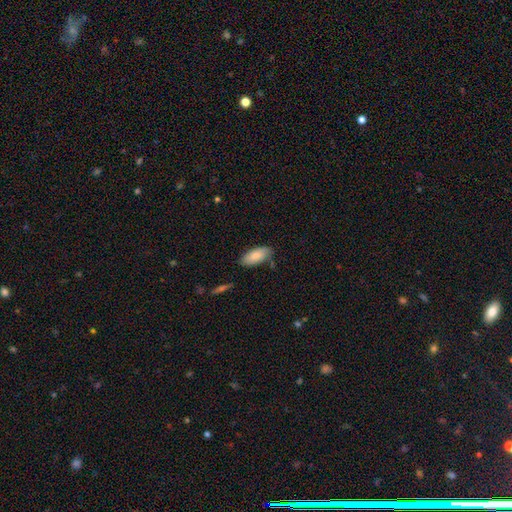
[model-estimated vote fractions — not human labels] This is clearly a smooth galaxy (85%). How rounded: clearly in between (88%). Merging: likely none (77%).